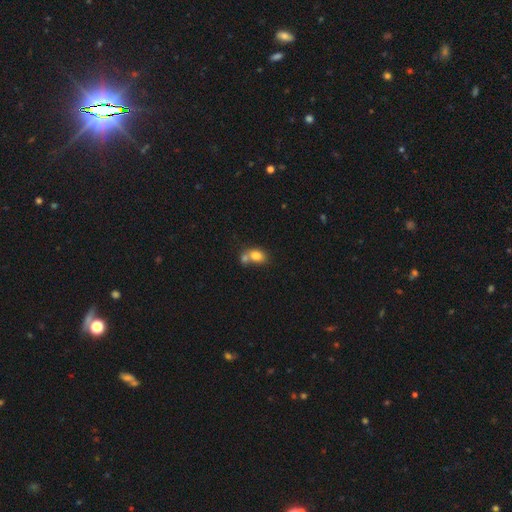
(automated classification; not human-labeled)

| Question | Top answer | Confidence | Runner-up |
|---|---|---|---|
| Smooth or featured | smooth | 78% | featured or disk (13%) |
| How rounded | in between | 66% | round (33%) |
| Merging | merger | 54% | none (32%) |